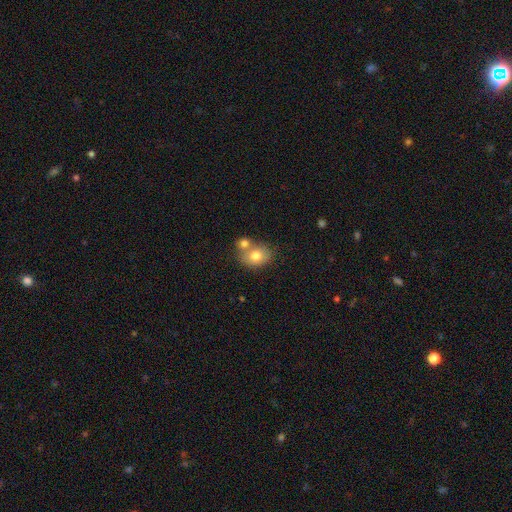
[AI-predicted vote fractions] smooth_or_featured: smooth (p=0.75) [alt: featured or disk p=0.16]
how_rounded: round (p=0.52) [alt: in between p=0.47]
merging: none (p=0.44) [alt: merger p=0.41]